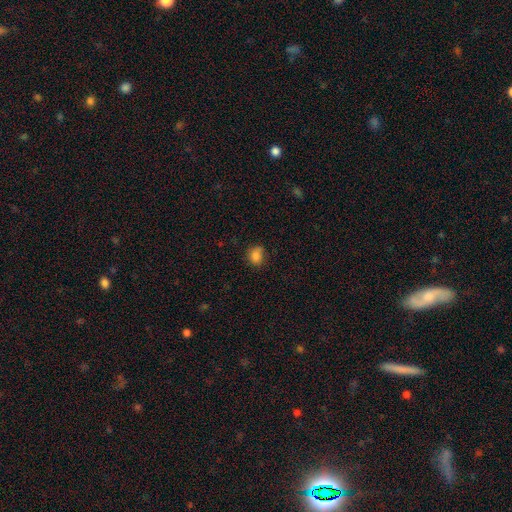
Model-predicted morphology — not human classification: type=smooth (83%); roundness=round (58%); merging=none (70%).